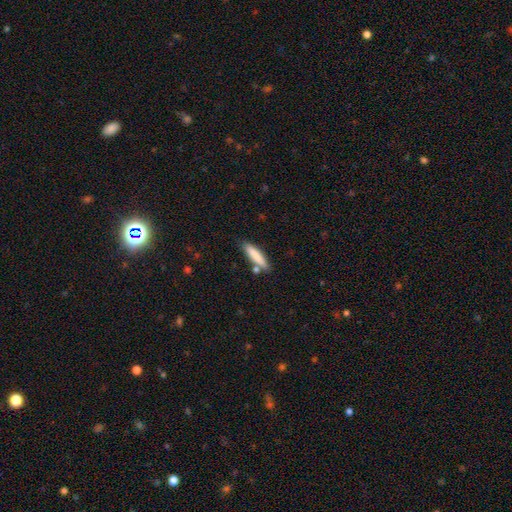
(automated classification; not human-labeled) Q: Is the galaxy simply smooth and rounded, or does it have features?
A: smooth — 82%.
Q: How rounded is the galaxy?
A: cigar-shaped — 80%.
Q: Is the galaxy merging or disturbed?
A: none — 77%.